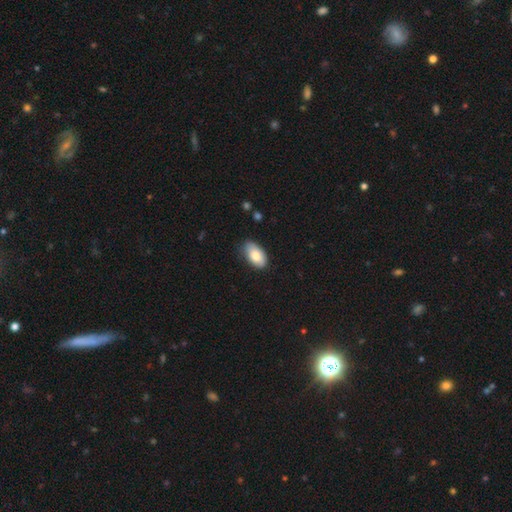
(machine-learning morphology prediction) type=smooth (80%); roundness=in between (94%); merging=none (76%).